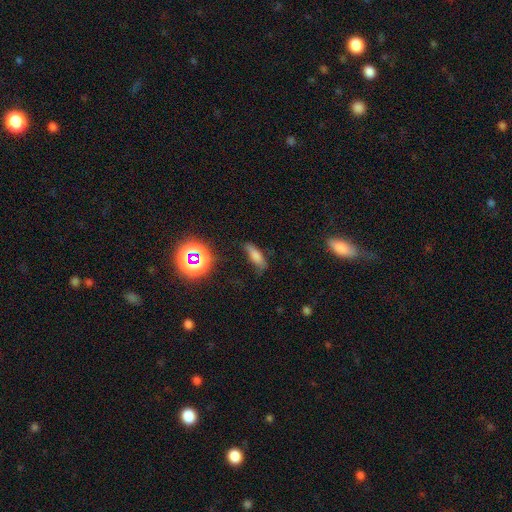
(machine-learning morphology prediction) A smooth galaxy with no disk features (70%) that is in between round and cigar-shaped (52%). Merging: none (70%).